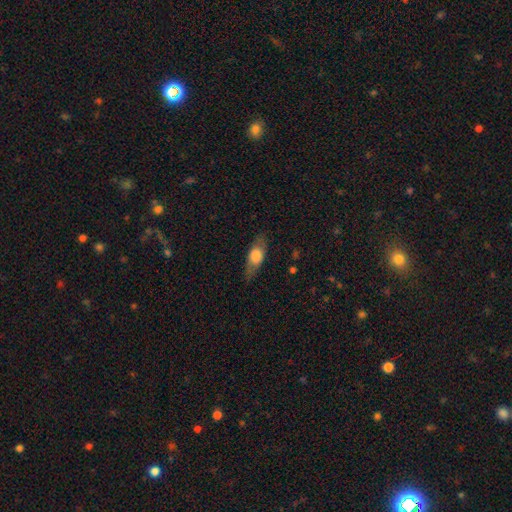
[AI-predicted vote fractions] Smooth or featured: smooth — 61% (featured or disk — 32%)
How rounded: in between — 67% (cigar-shaped — 27%)
Merging: none — 80% (minor disturbance — 14%)